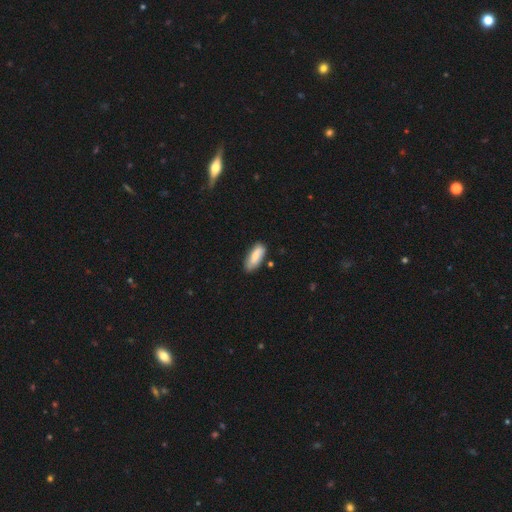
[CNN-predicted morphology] This appears to be a smooth galaxy with no disk features (79%) that is in between round and cigar-shaped (74%). Merging: none (73%).